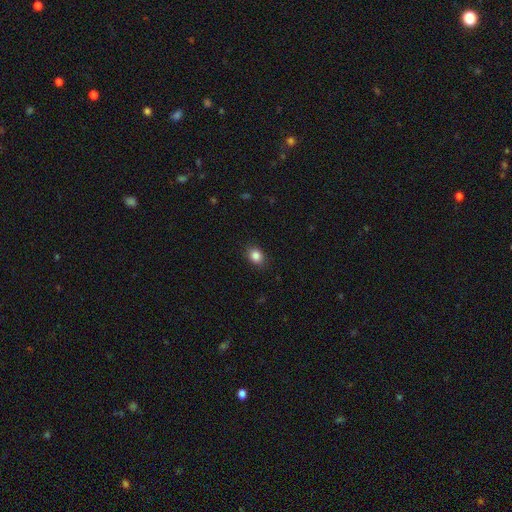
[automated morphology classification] This appears to be a smooth galaxy with no disk features (86%) that is in between round and cigar-shaped (58%). Merging: none (87%).